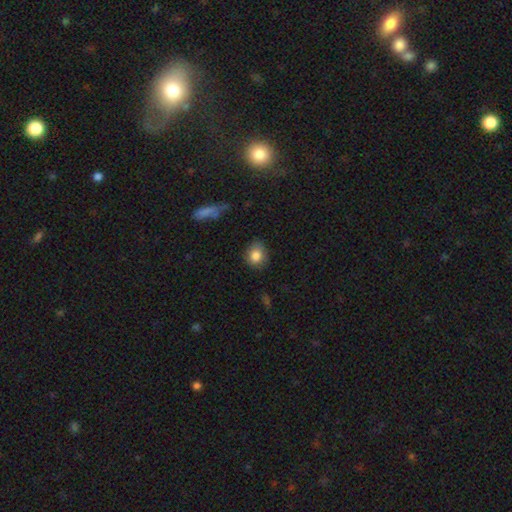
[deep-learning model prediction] The model was most divided on "how rounded": round: 66%, in between: 32%, cigar-shaped: 1%. More confident: smooth or featured — smooth (83%); merging — none (78%).